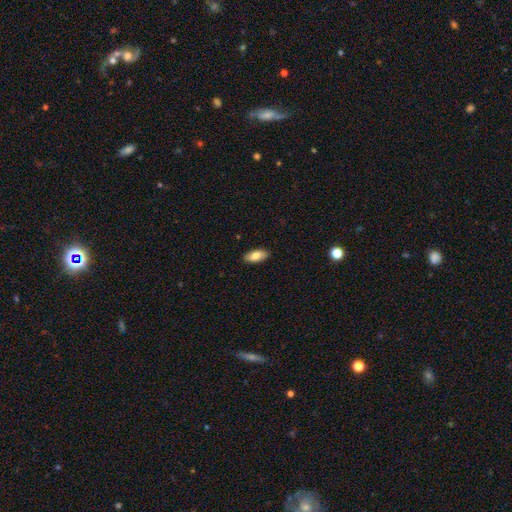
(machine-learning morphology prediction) This is clearly a smooth galaxy (82%). How rounded: clearly in between (89%). Merging: clearly none (88%).